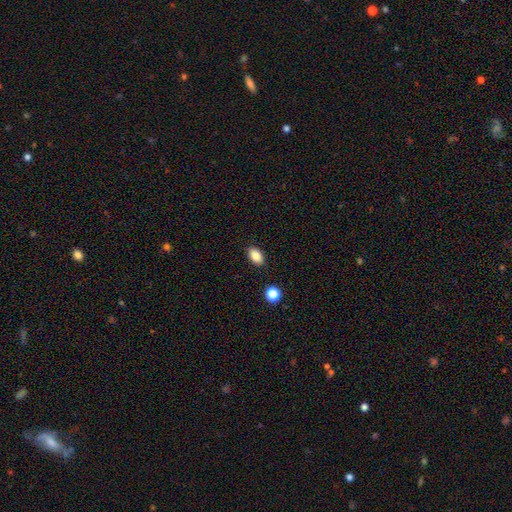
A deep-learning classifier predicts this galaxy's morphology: type=smooth (85%); roundness=in between (89%); merging=none (88%).